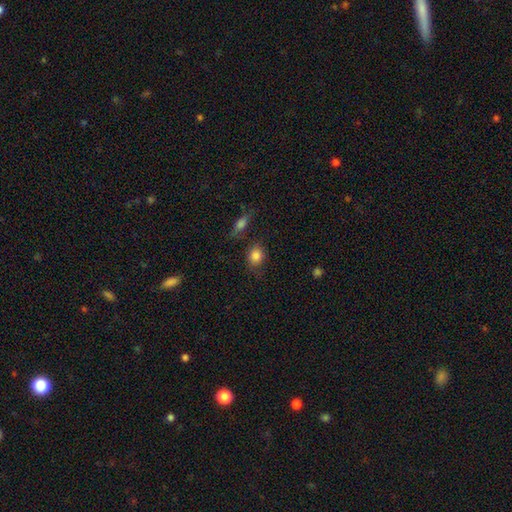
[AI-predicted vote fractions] smooth-or-featured: smooth: 84% | star or artifact: 10% | featured or disk: 6%
  how-rounded: round: 63% | in between: 35% | cigar-shaped: 2%
  merging: none: 75% | minor disturbance: 15% | merger: 6% | major disturbance: 4%